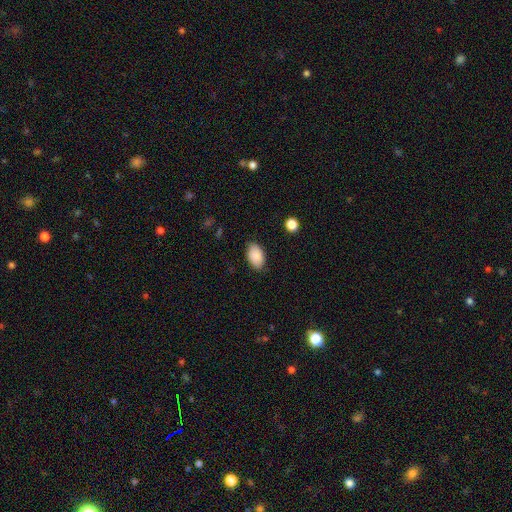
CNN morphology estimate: Smooth or featured? Predicted: smooth (p=0.88). How rounded? Predicted: in between (p=0.92). Merging? Predicted: none (p=0.82).